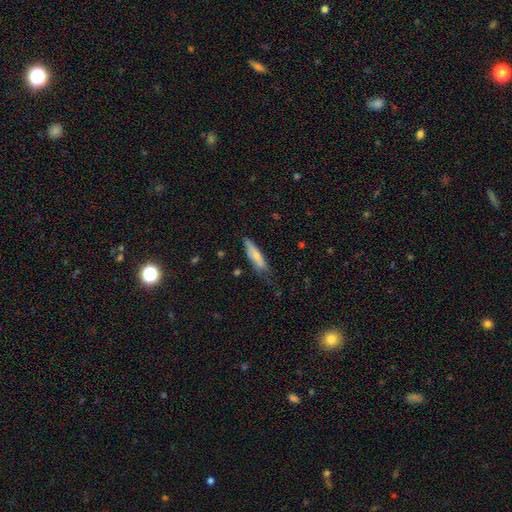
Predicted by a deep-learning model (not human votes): The model was most divided on "merging": none: 55%, minor disturbance: 33%, major disturbance: 10%, merger: 2%. More confident: how rounded — cigar-shaped (65%); smooth or featured — smooth (65%).